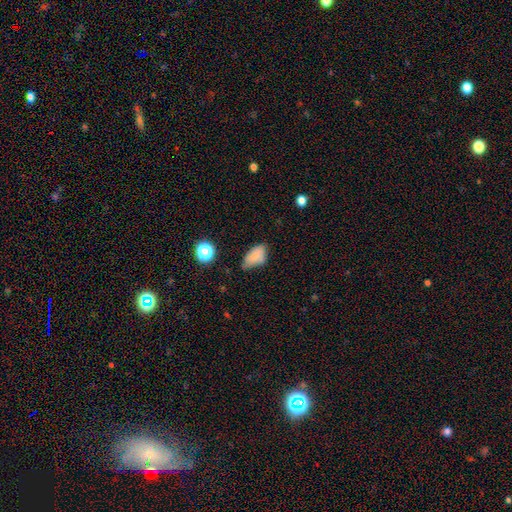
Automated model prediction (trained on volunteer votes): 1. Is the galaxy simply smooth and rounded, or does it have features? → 79% smooth, 11% star or artifact, 10% featured or disk.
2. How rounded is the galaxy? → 88% in between, 9% round, 3% cigar-shaped.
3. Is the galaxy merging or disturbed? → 43% minor disturbance, 42% none, 12% major disturbance, 3% merger.